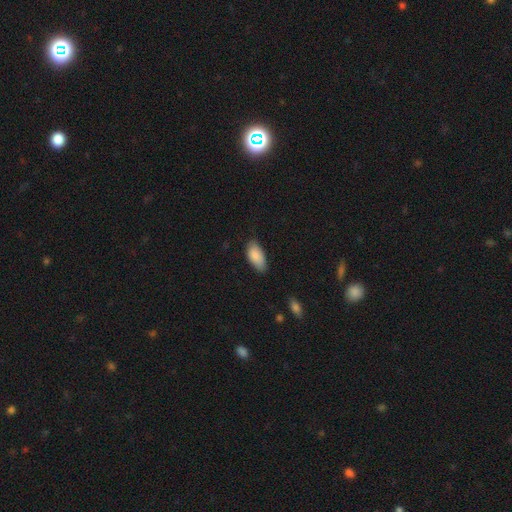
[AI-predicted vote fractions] A smooth galaxy with no disk features (88%) that is in between round and cigar-shaped (92%).

Vote fractions:
- Smooth or featured? smooth: 88% / star or artifact: 6% / featured or disk: 6%
- How rounded? in between: 92% / cigar-shaped: 6% / round: 2%
- Merging? none: 73% / minor disturbance: 22% / major disturbance: 3% / merger: 1%